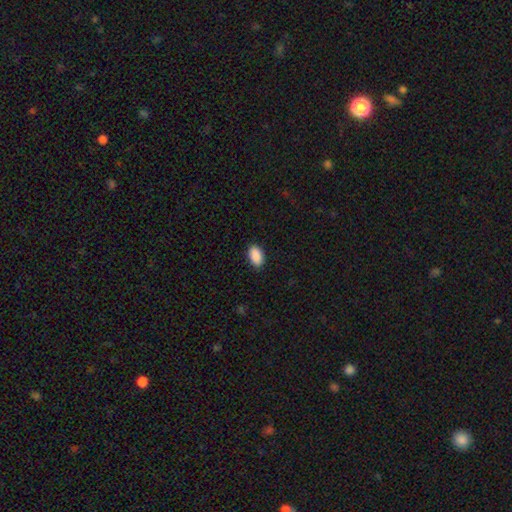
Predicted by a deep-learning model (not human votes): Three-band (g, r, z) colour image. It shows a smooth galaxy with no disk features (91%) that is in between round and cigar-shaped (93%). Merging: none (88%).